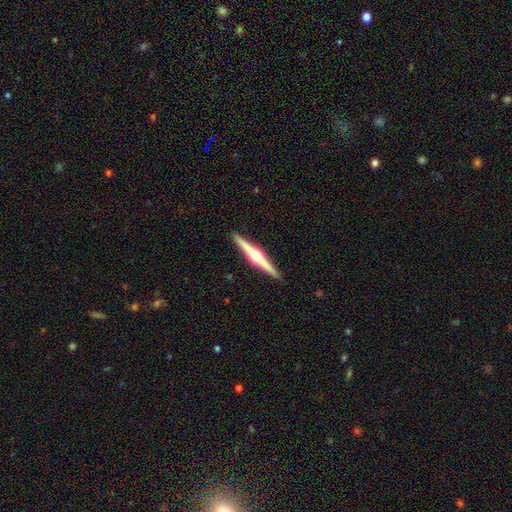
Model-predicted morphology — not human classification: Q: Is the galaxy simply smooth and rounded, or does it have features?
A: featured or disk — 80%.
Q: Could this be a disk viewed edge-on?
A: yes — 99%.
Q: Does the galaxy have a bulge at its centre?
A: rounded — 93%.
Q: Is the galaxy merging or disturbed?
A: none — 93%.